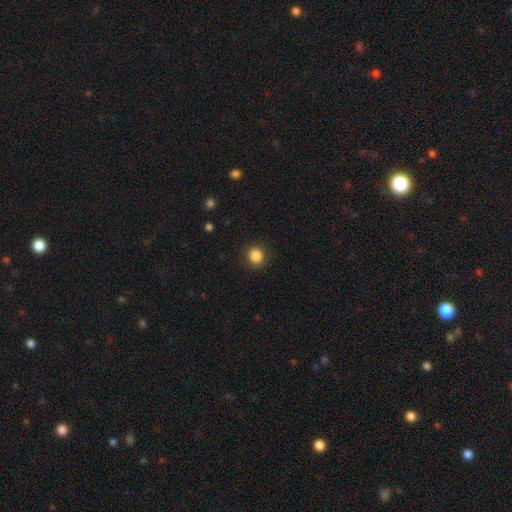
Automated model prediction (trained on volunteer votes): Overall: smooth (86%). How rounded: round (88%). Merging: none (89%).